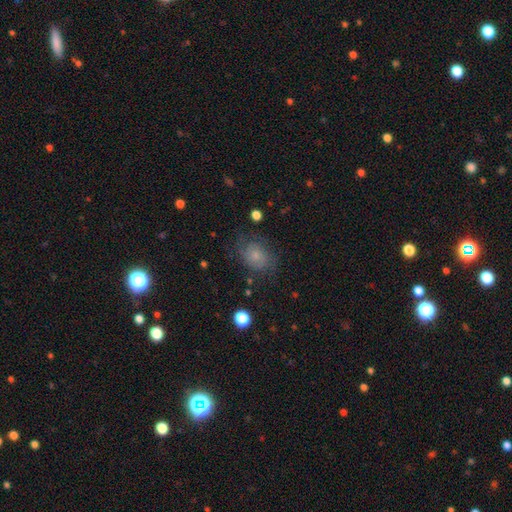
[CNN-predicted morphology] This is possibly a smooth galaxy (48%). Merging: likely none (65%).